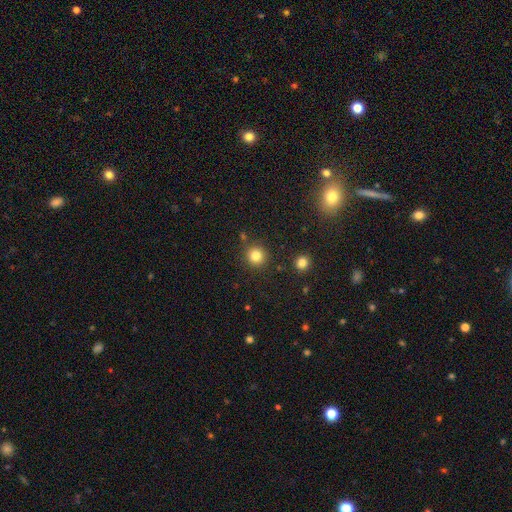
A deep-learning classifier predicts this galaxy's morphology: Smooth or featured: smooth — 83% (star or artifact — 12%)
How rounded: round — 93% (in between — 6%)
Merging: none — 87% (minor disturbance — 7%)